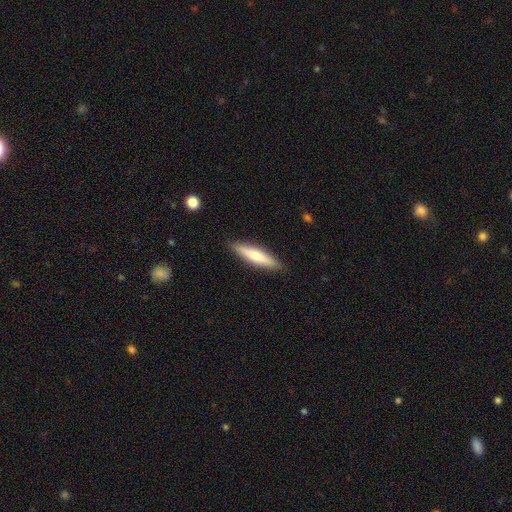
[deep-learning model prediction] This appears to be a smooth galaxy with no disk features (60%) that is cigar-shaped (83%). Merging: none (90%).